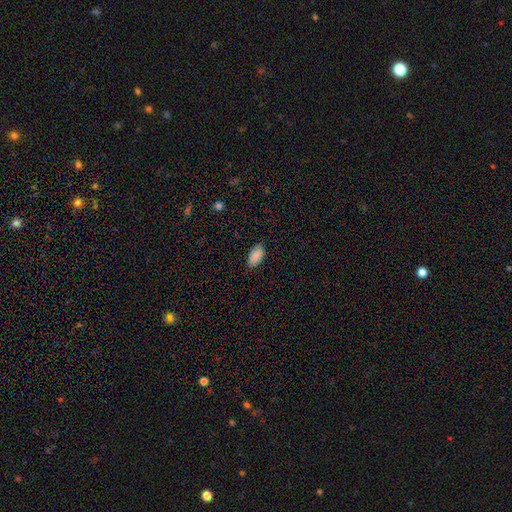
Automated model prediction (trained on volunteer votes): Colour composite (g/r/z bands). It shows a smooth galaxy with no disk features (89%) that is in between round and cigar-shaped (95%). Merging: none (86%).